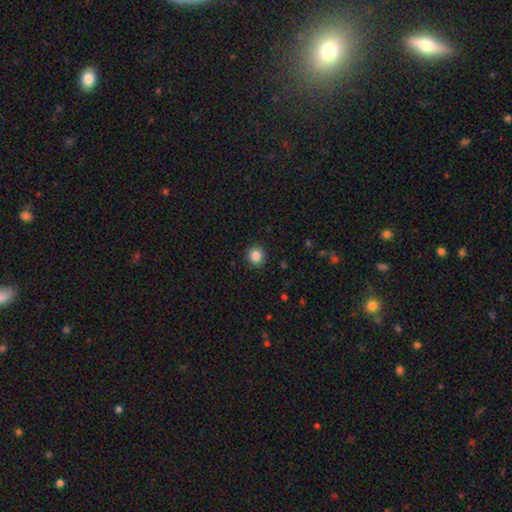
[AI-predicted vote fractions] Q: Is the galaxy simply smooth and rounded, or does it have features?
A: smooth — 86%.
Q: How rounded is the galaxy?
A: round — 92%.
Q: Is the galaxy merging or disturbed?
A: none — 92%.